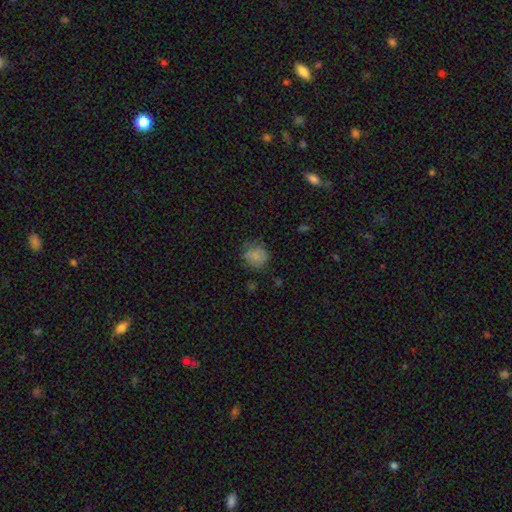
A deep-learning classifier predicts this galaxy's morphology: The model was most divided on "merging": none: 67%, minor disturbance: 23%, major disturbance: 9%, merger: 2%. More confident: smooth or featured — smooth (78%); how rounded — round (74%).